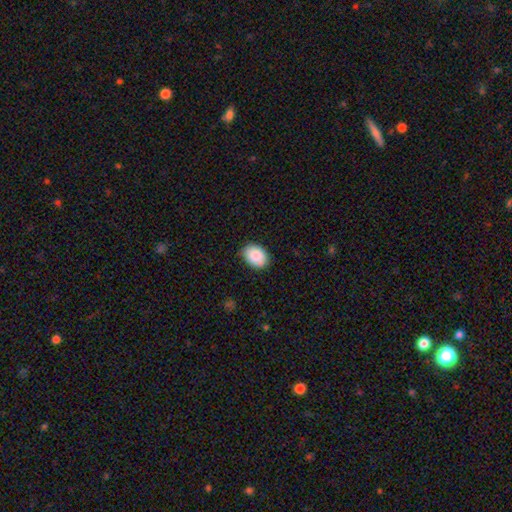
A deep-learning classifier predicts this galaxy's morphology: This appears to be a smooth galaxy with no disk features (87%) that is in between round and cigar-shaped (75%). Merging: none (78%).